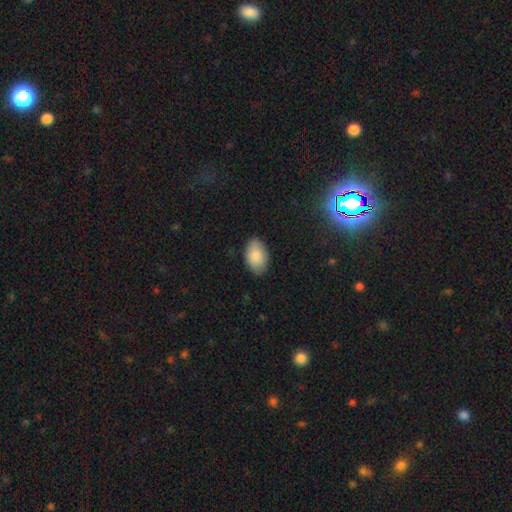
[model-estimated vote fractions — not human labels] smooth 88%, star or artifact 6%, featured or disk 6%. Down the decision tree: how rounded — in between (92%); merging — none (84%).